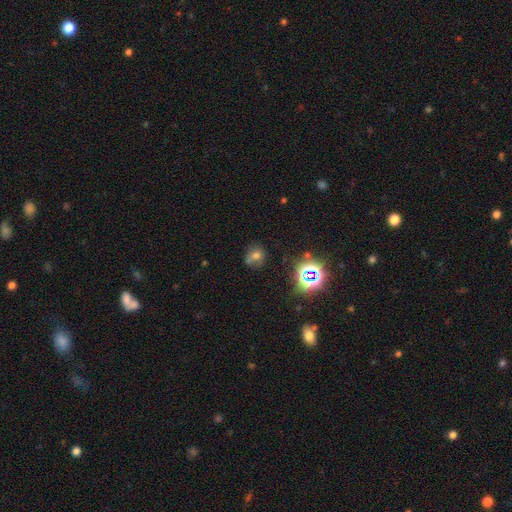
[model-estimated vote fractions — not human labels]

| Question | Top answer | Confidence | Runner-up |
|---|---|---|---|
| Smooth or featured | smooth | 58% | star or artifact (27%) |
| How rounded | round | 68% | in between (31%) |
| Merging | none | 53% | merger (19%) |